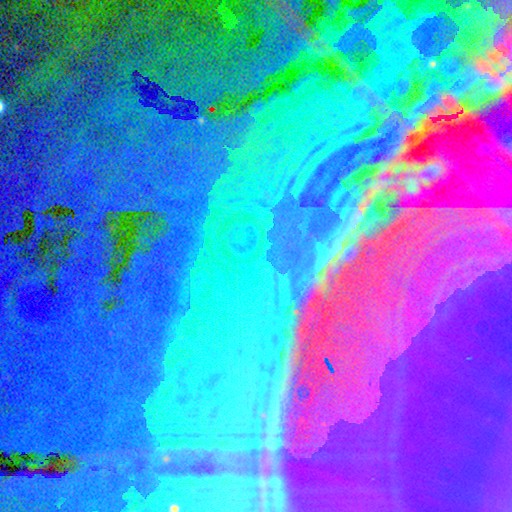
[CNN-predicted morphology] Q: Smooth or featured?
A: star or artifact (87%); runner-up: featured or disk (8%)